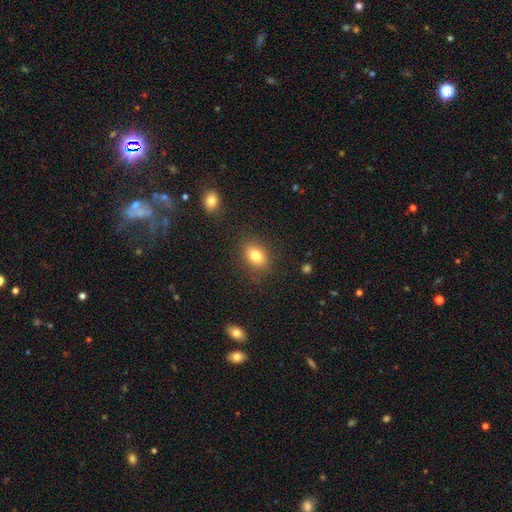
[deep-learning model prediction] Q: Smooth or featured?
A: smooth (79%); runner-up: featured or disk (10%)
Q: How rounded?
A: in between (76%); runner-up: round (22%)
Q: Merging?
A: none (83%); runner-up: minor disturbance (11%)